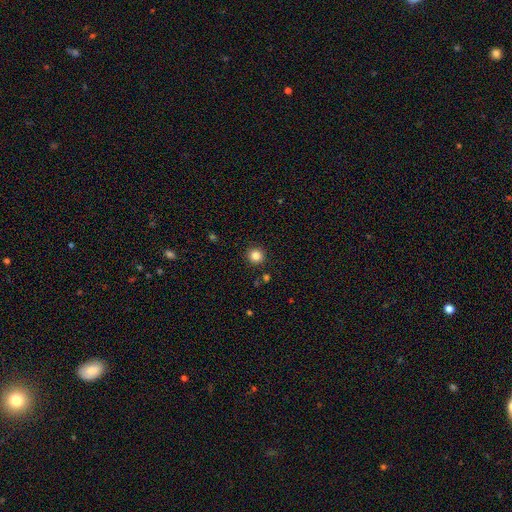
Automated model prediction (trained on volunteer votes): A smooth galaxy with no disk features (84%) that is round (93%). Merging: none (91%).